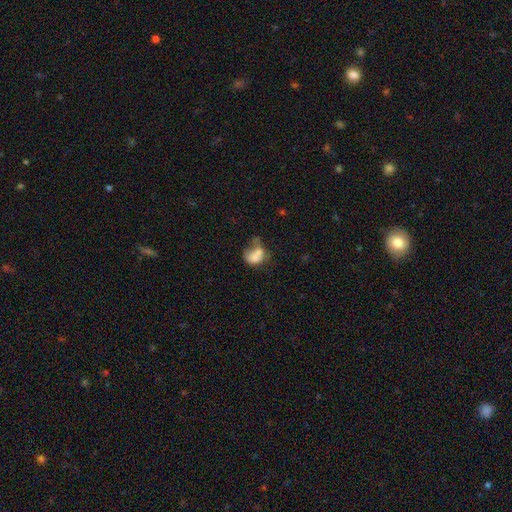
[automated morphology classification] Q: Smooth or featured?
A: smooth (66%); runner-up: featured or disk (23%)
Q: How rounded?
A: in between (63%); runner-up: round (35%)
Q: Merging?
A: merger (47%); runner-up: major disturbance (19%)